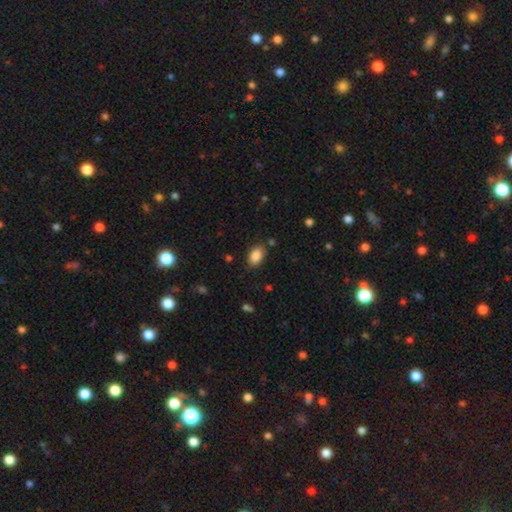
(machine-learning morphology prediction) type=smooth (88%); roundness=in between (88%); merging=none (82%).